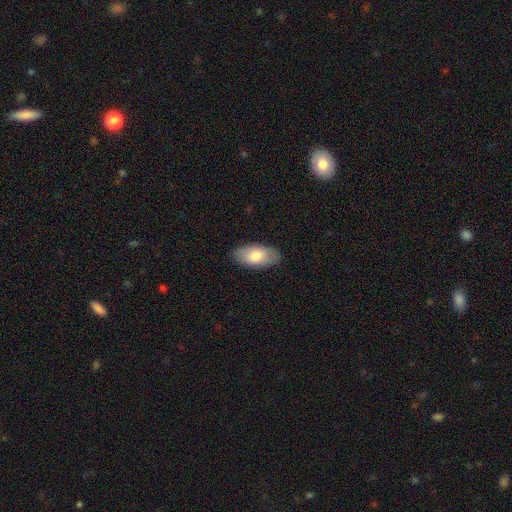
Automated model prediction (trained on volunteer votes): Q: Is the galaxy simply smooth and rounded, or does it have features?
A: smooth — 79%.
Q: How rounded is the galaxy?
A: in between — 94%.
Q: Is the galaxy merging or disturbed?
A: none — 85%.